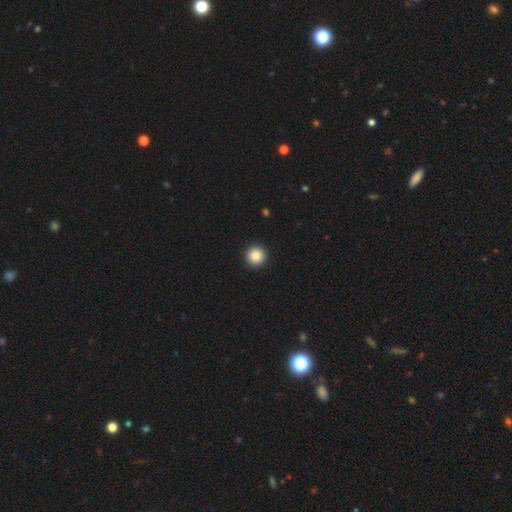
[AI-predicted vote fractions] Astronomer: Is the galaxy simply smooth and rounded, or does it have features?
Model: smooth — 87%.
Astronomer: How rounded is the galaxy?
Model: round — 96%.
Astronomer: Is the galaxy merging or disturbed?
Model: none — 94%.